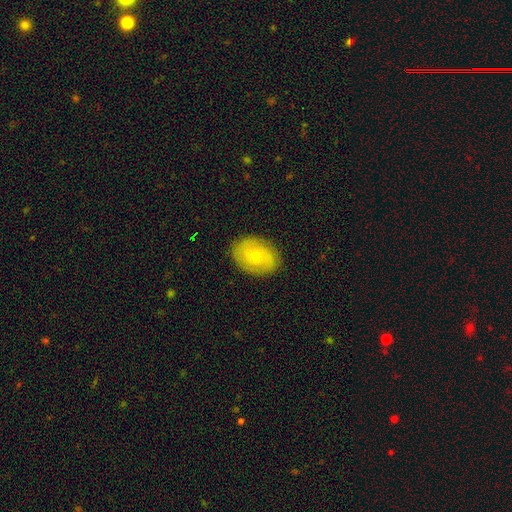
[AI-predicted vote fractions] The model was most divided on "smooth or featured": featured or disk: 47%, smooth: 45%, star or artifact: 8%. More confident: merging — none (85%).